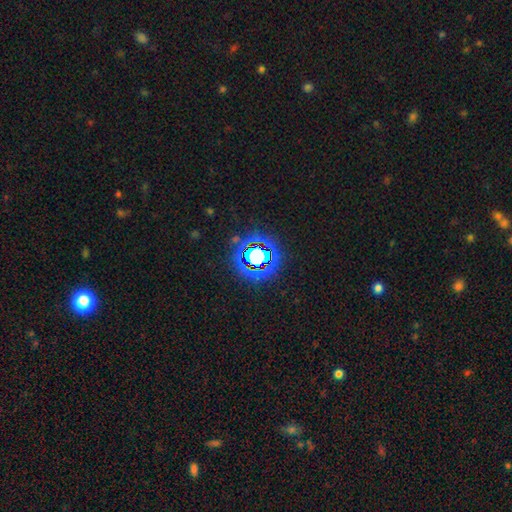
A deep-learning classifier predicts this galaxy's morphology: type=star or artifact (71%).